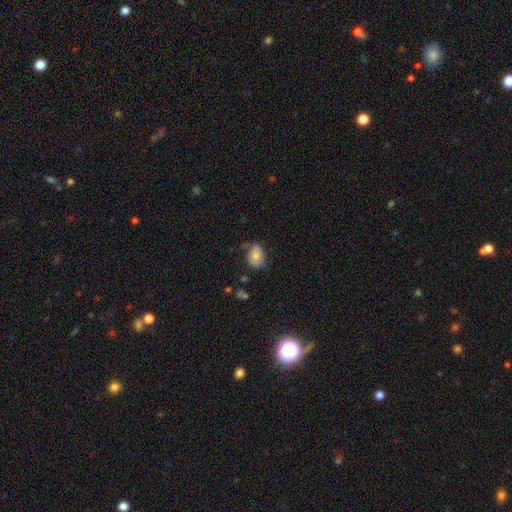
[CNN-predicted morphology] smooth_or_featured: smooth (p=0.73) [alt: featured or disk p=0.18]
how_rounded: in between (p=0.73) [alt: round p=0.26]
merging: none (p=0.60) [alt: minor disturbance p=0.27]